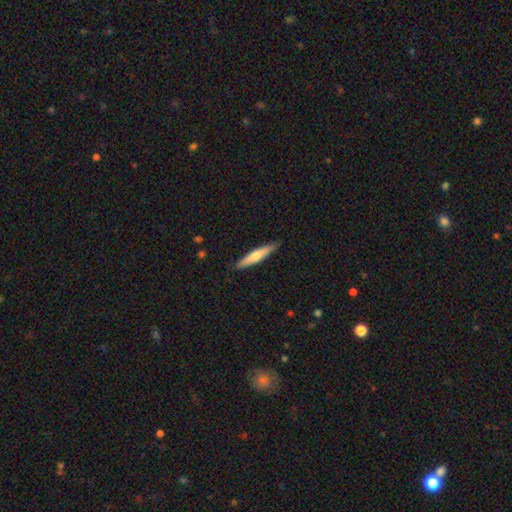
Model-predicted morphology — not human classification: Smooth or featured? Predicted: smooth (p=0.59). How rounded? Predicted: cigar-shaped (p=0.90). Merging? Predicted: none (p=0.89).